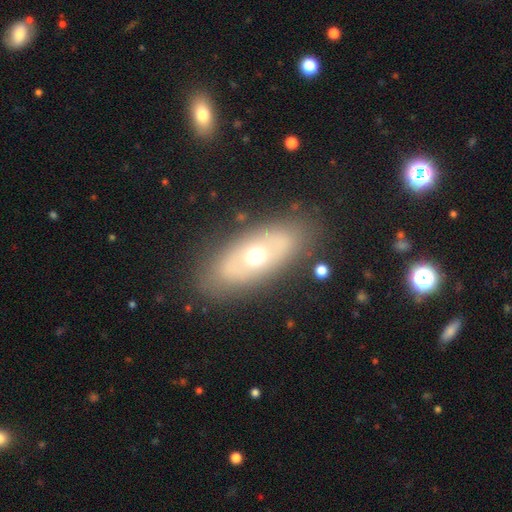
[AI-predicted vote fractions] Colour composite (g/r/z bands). It shows a featured or disk galaxy (48%). Merging: none (81%).